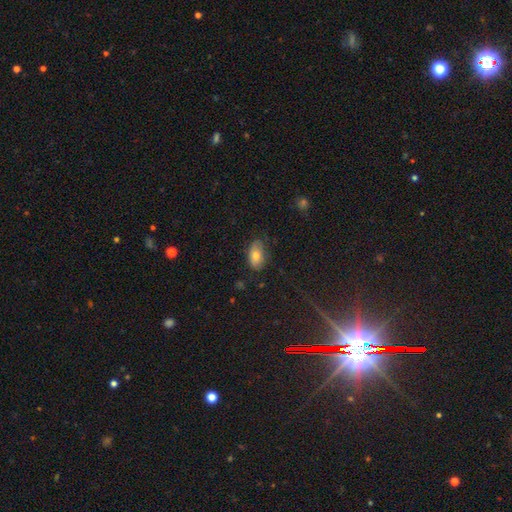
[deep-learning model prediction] Smooth or featured? smooth (75%)
How rounded? in between (91%)
Merging? none (70%)